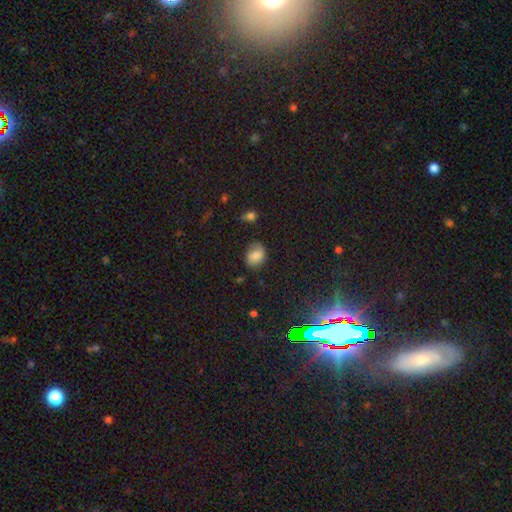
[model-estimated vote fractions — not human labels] This is likely a smooth galaxy (78%). How rounded: possibly in between (54%). Merging: likely none (69%).